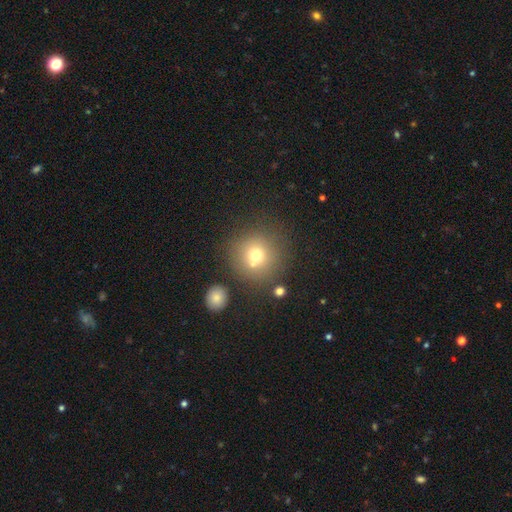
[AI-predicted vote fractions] Overall: smooth (71%). How rounded: round (93%). Merging: none (72%).